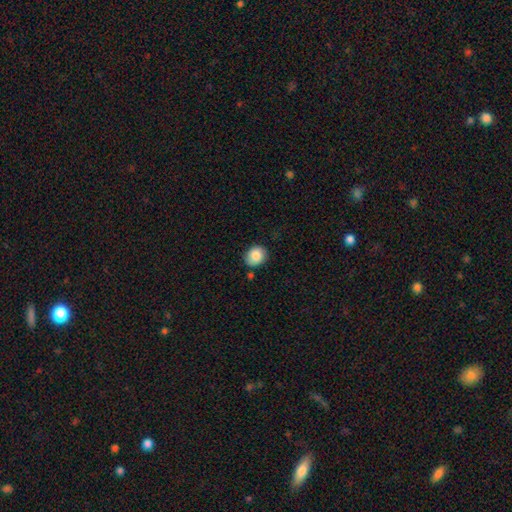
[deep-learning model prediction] smooth 85%, star or artifact 8%, featured or disk 7%. Down the decision tree: how rounded — round (65%); merging — none (76%).